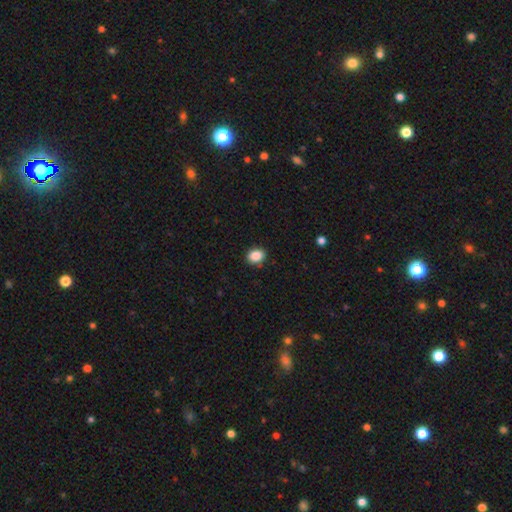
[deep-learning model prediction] A smooth galaxy with no disk features (88%) that is in between round and cigar-shaped (62%). Merging: none (88%).